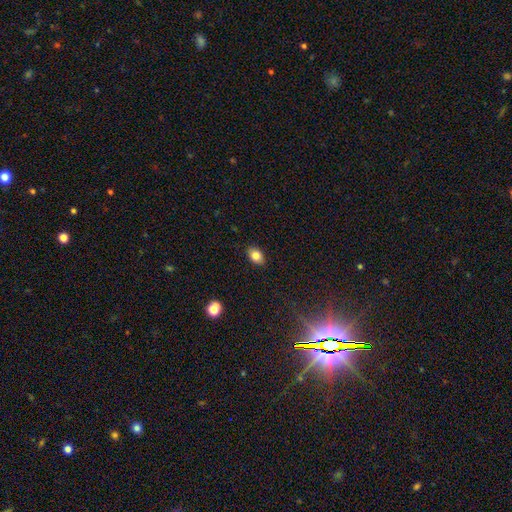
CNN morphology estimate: Q: Smooth or featured?
A: smooth (83%); runner-up: star or artifact (9%)
Q: How rounded?
A: in between (81%); runner-up: round (17%)
Q: Merging?
A: none (88%); runner-up: minor disturbance (9%)